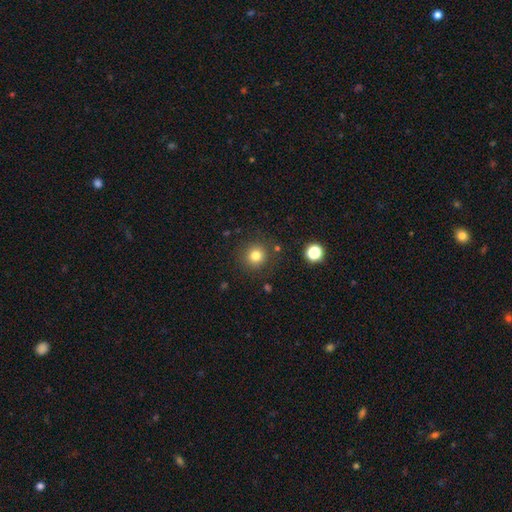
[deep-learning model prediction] A smooth galaxy with no disk features (80%) that is round (93%).

Vote fractions:
- Smooth or featured? smooth: 80% / star or artifact: 13% / featured or disk: 7%
- How rounded? round: 93% / in between: 6% / cigar-shaped: 1%
- Merging? none: 86% / minor disturbance: 8% / major disturbance: 3% / merger: 3%